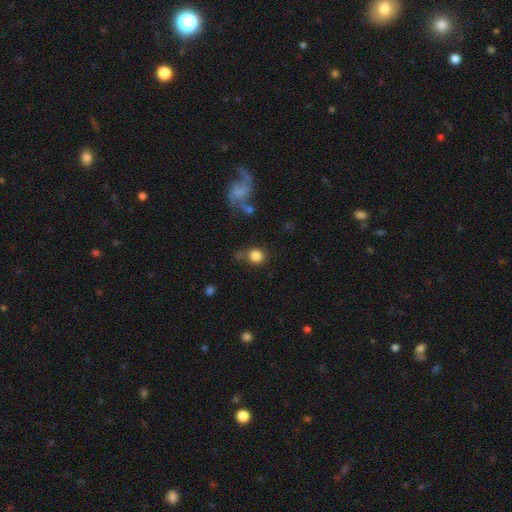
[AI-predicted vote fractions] Smooth or featured? Predicted: smooth (p=0.84). How rounded? Predicted: round (p=0.86). Merging? Predicted: none (p=0.66).